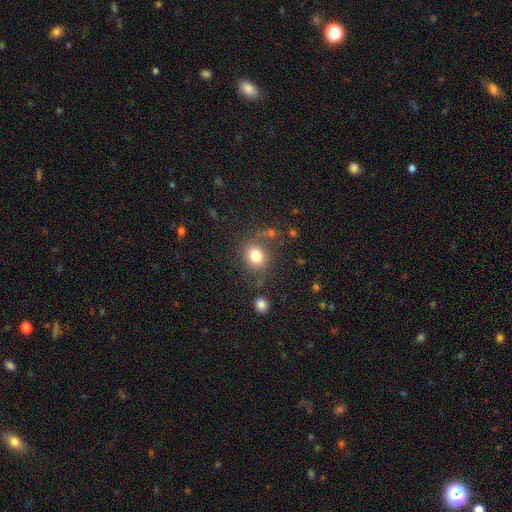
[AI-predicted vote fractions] smooth_or_featured: smooth (p=0.80) [alt: star or artifact p=0.12]
how_rounded: round (p=0.69) [alt: in between p=0.30]
merging: none (p=0.75) [alt: minor disturbance p=0.14]